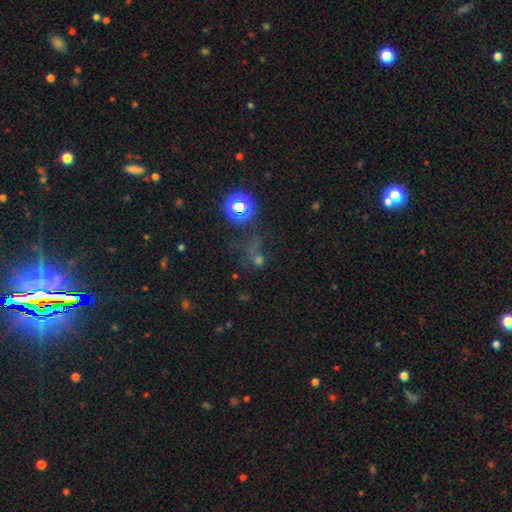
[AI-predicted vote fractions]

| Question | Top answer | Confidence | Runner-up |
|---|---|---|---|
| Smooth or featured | star or artifact | 49% | smooth (39%) |